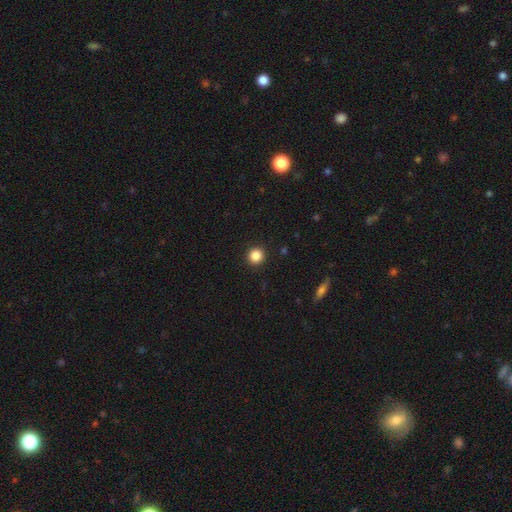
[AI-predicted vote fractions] Overall: smooth (86%). How rounded: round (94%). Merging: none (93%).